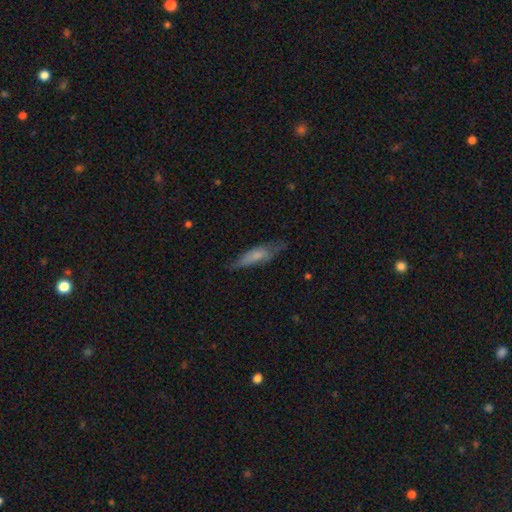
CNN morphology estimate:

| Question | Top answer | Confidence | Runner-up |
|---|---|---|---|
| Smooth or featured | smooth | 60% | featured or disk (33%) |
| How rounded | cigar-shaped | 59% | in between (39%) |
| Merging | none | 59% | minor disturbance (28%) |